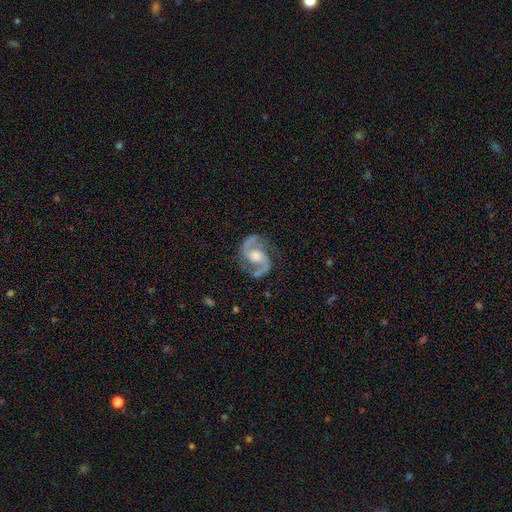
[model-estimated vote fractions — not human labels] This appears to be a featured or disk galaxy (93%) with no bar (50%), 2 (94%) medium (64%) spiral arms (98%) and a moderate central bulge (60%). Merging: none (80%).